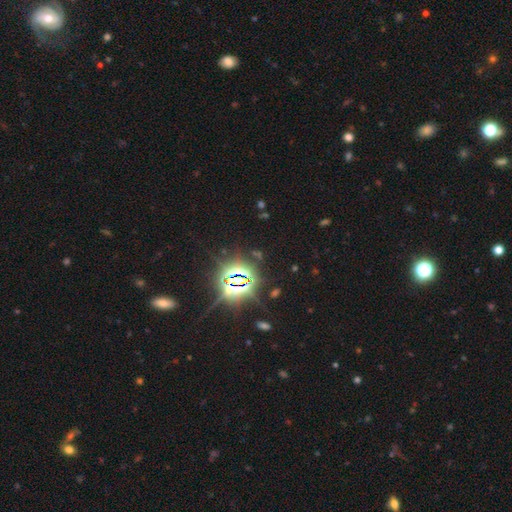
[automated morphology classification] Smooth or featured? star or artifact (82%)